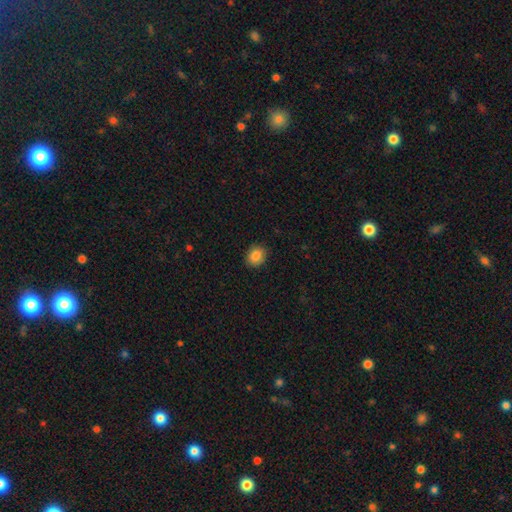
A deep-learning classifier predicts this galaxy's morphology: This is clearly a smooth galaxy (86%). How rounded: likely round (63%). Merging: clearly none (89%).